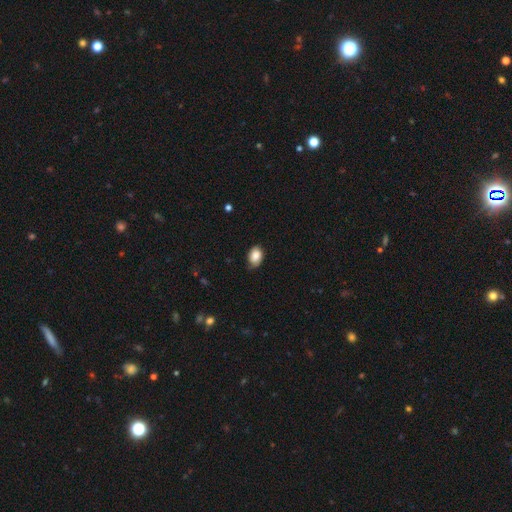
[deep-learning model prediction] Morphology: type=smooth (82%); roundness=in between (81%); merging=none (70%).